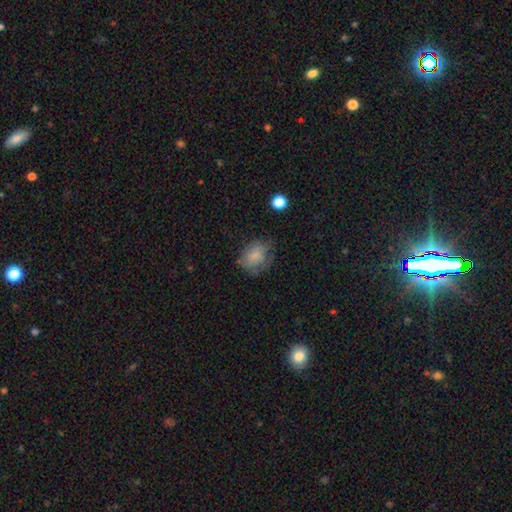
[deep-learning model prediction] This appears to be a smooth galaxy with no disk features (75%) that is in between round and cigar-shaped (55%). Merging: none (58%).